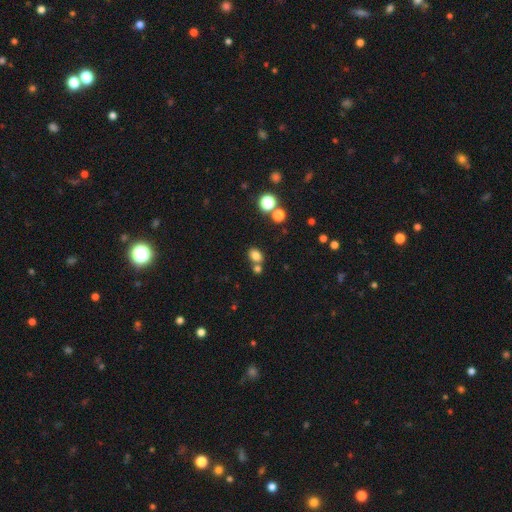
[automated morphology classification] Smooth or featured? Predicted: smooth (p=0.78). How rounded? Predicted: in between (p=0.63). Merging? Predicted: none (p=0.60).